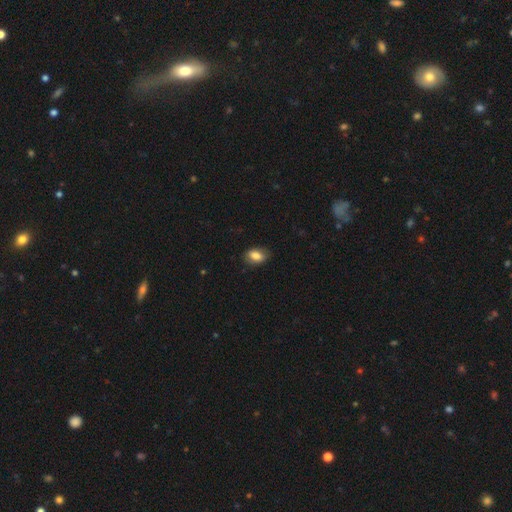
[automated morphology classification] smooth-or-featured: smooth: 82% | featured or disk: 10% | star or artifact: 8%
  how-rounded: in between: 86% | round: 12% | cigar-shaped: 2%
  merging: none: 80% | minor disturbance: 16% | major disturbance: 3% | merger: 1%